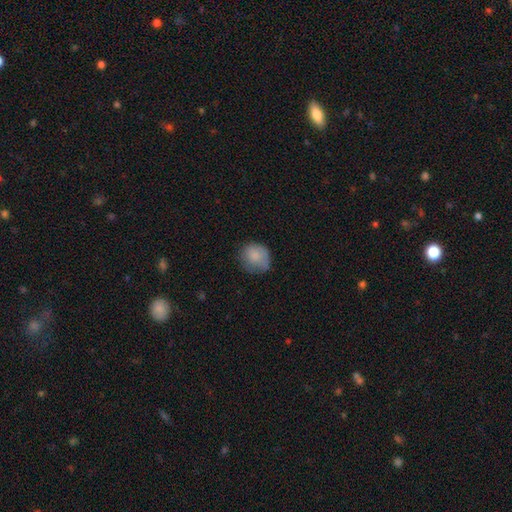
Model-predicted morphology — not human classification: A smooth galaxy with no disk features (80%) that is round (78%). Merging: none (58%).